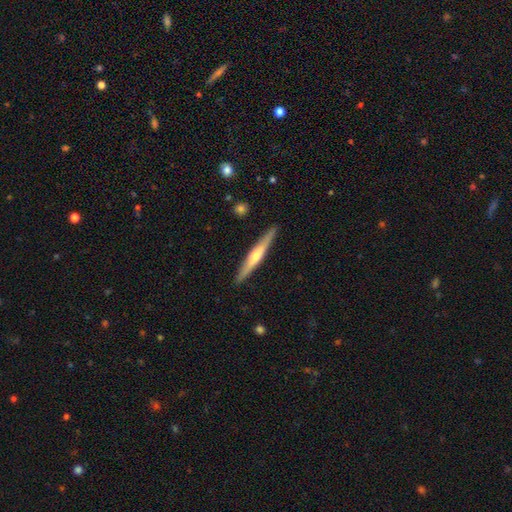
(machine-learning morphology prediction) This appears to be a featured or disk galaxy (62%) viewed edge-on (97%) with a rounded central bulge (80%). Merging: none (91%).